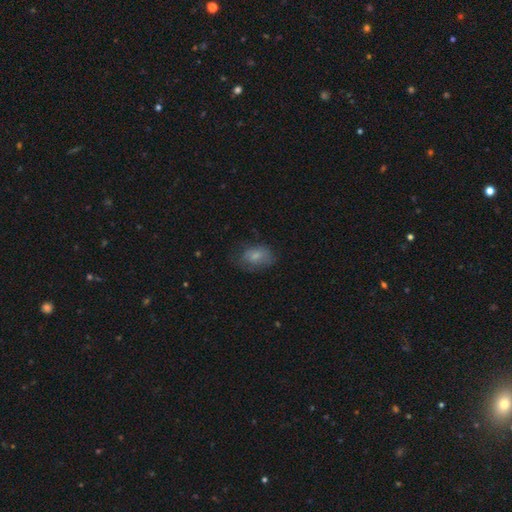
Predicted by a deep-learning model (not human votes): Smooth or featured?
  - smooth: 73% *
  - featured or disk: 18%
  - star or artifact: 9%
How rounded?
  - in between: 81% *
  - round: 18%
  - cigar-shaped: 1%
Merging?
  - none: 56% *
  - minor disturbance: 28%
  - major disturbance: 15%
  - merger: 1%